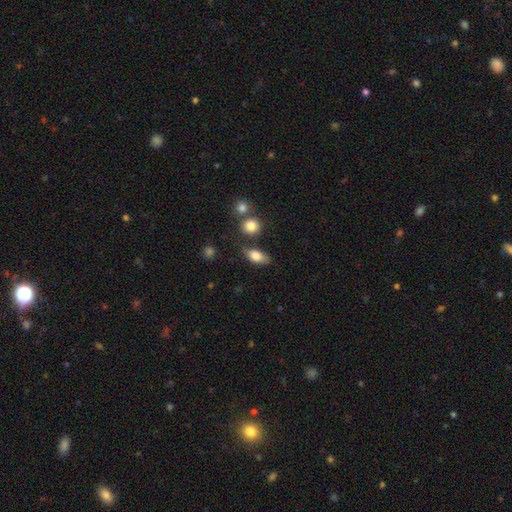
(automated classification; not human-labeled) smooth-or-featured: smooth: 80% | featured or disk: 11% | star or artifact: 8%
  how-rounded: in between: 85% | round: 9% | cigar-shaped: 7%
  merging: none: 69% | minor disturbance: 18% | merger: 8% | major disturbance: 5%